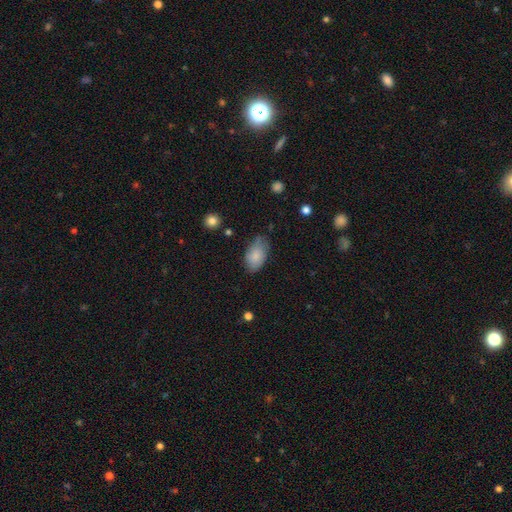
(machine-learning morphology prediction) smooth_or_featured: smooth (p=0.79) [alt: featured or disk p=0.14]
how_rounded: in between (p=0.93) [alt: round p=0.05]
merging: none (p=0.64) [alt: minor disturbance p=0.29]